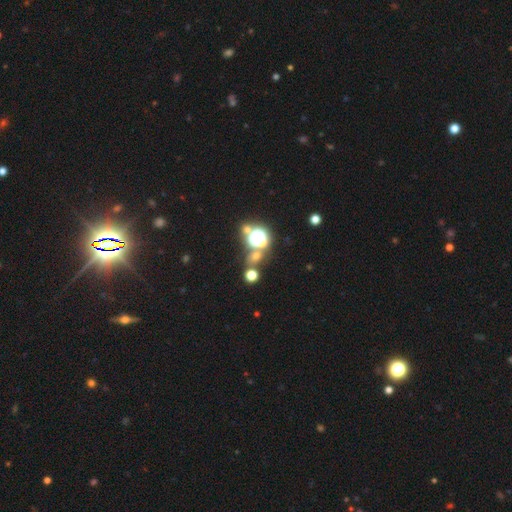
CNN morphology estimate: A star or artifact, not a galaxy (48%).

Vote fractions:
- Smooth or featured? star or artifact: 48% / smooth: 43% / featured or disk: 9%